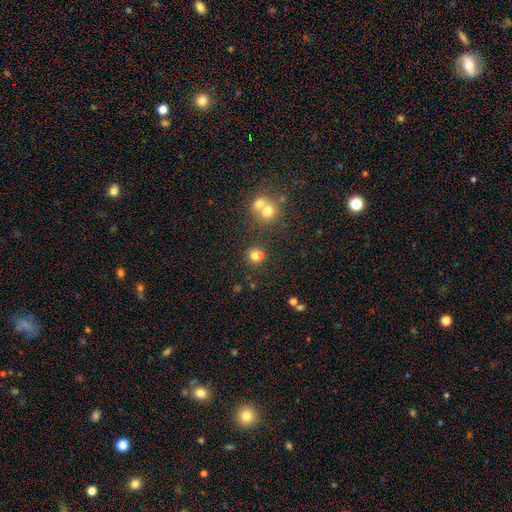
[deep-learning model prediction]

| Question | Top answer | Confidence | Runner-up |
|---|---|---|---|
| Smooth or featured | smooth | 76% | star or artifact (15%) |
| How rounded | round | 79% | in between (20%) |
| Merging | none | 61% | merger (25%) |